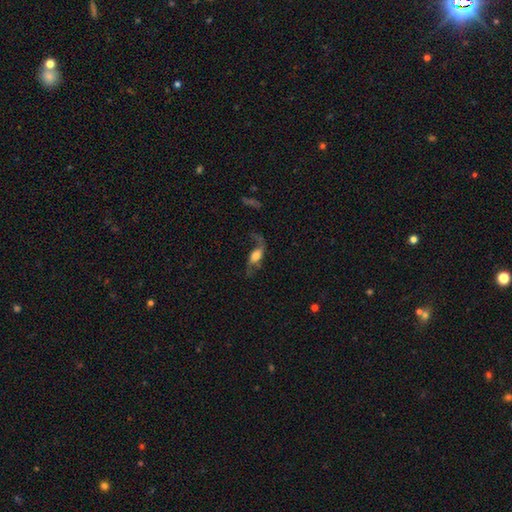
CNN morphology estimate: Q: Smooth or featured?
A: featured or disk (59%); runner-up: smooth (32%)
Q: Edge-on disk?
A: no (84%); runner-up: yes (16%)
Q: Bar?
A: no (57%); runner-up: weak (30%)
Q: Spiral arms?
A: yes (84%); runner-up: no (16%)
Q: Bulge size?
A: large (40%); runner-up: moderate (33%)
Q: Merging?
A: none (48%); runner-up: major disturbance (29%)